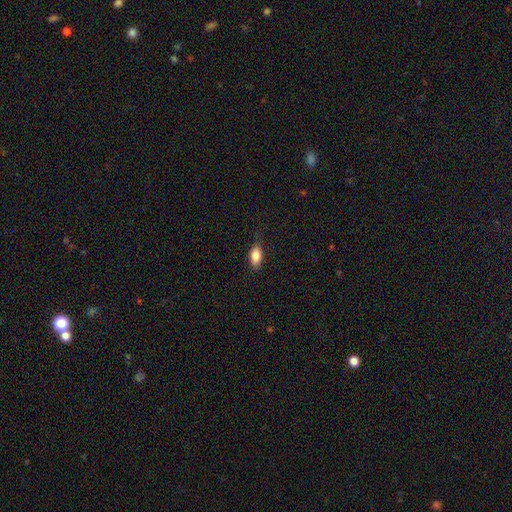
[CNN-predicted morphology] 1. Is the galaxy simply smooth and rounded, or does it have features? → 83% smooth, 9% featured or disk, 8% star or artifact.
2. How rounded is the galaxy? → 87% in between, 7% round, 6% cigar-shaped.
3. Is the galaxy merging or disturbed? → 82% none, 14% minor disturbance, 3% major disturbance, 1% merger.